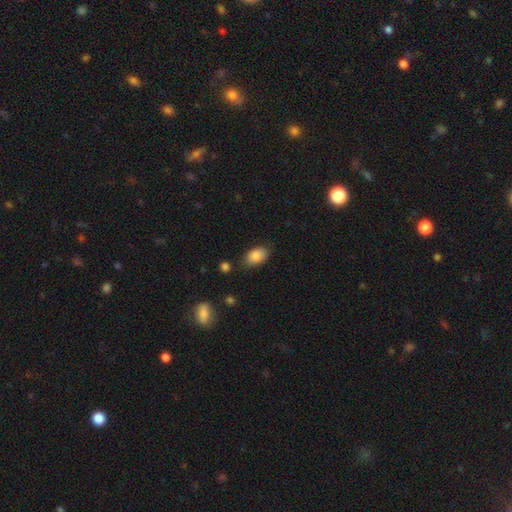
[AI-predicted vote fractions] Morphology: type=smooth (86%); roundness=in between (89%); merging=none (79%).